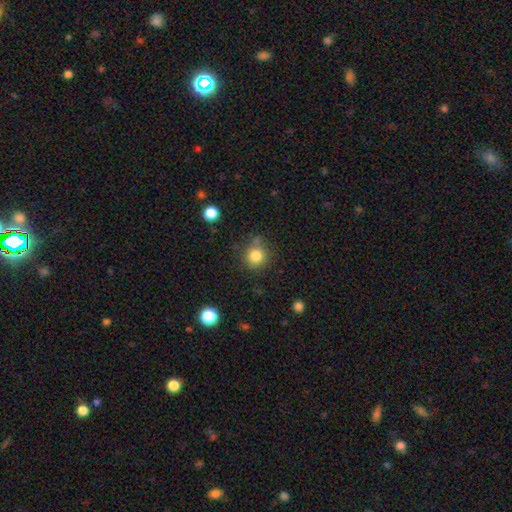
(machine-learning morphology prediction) smooth-or-featured: smooth: 83% | star or artifact: 11% | featured or disk: 6%
  how-rounded: round: 89% | in between: 10% | cigar-shaped: 1%
  merging: none: 76% | minor disturbance: 13% | merger: 8% | major disturbance: 4%